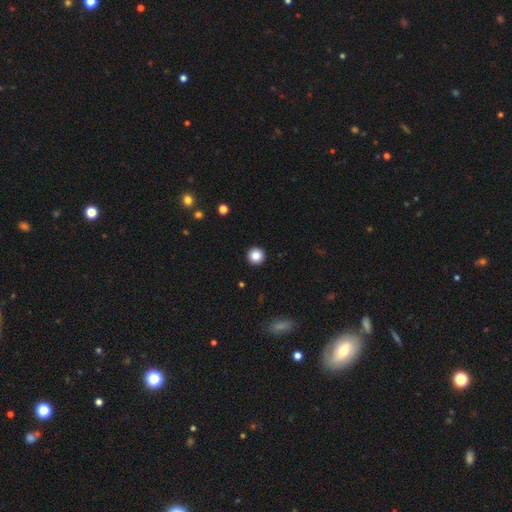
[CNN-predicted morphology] The model was most divided on "smooth or featured": smooth: 85%, star or artifact: 10%, featured or disk: 4%. More confident: how rounded — round (96%); merging — none (94%).